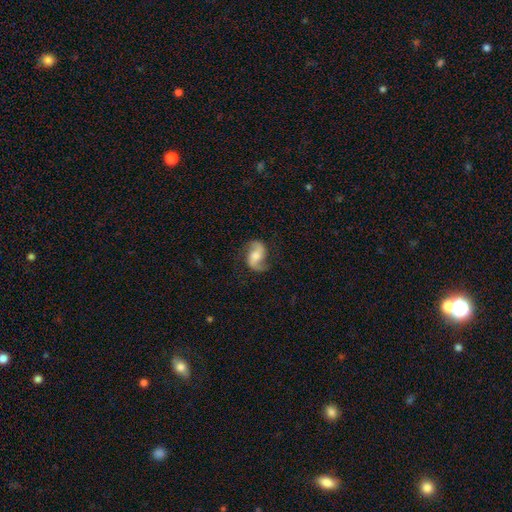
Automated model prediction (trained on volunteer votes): The model was most divided on "bar": no: 43%, weak: 40%, strong: 17%. Remaining: edge-on disk — no (97%); spiral arms — yes (96%); spiral arm count — 2 (92%); smooth or featured — featured or disk (82%); merging — none (76%); spiral winding — loose (56%); bulge size — moderate (48%).